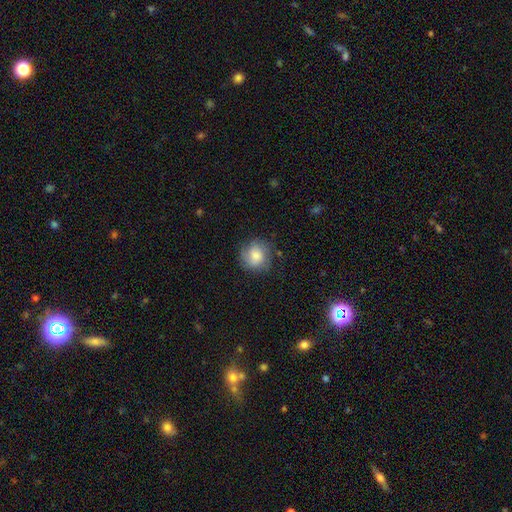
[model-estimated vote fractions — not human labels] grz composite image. It shows a smooth galaxy with no disk features (76%) that is round (87%). Merging: none (75%).